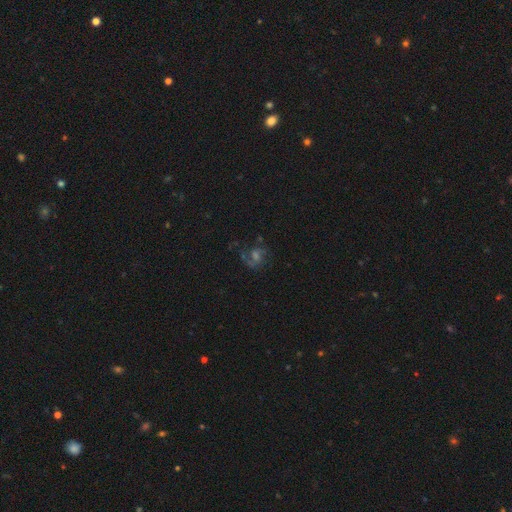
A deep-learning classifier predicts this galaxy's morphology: smooth_or_featured: featured or disk (p=0.56) [alt: star or artifact p=0.24]
disk_edge_on: no (p=0.97) [alt: yes p=0.03]
bar: no (p=0.61) [alt: weak p=0.32]
has_spiral_arms: yes (p=0.78) [alt: no p=0.22]
bulge_size: moderate (p=0.41) [alt: small p=0.33]
merging: none (p=0.52) [alt: major disturbance p=0.26]